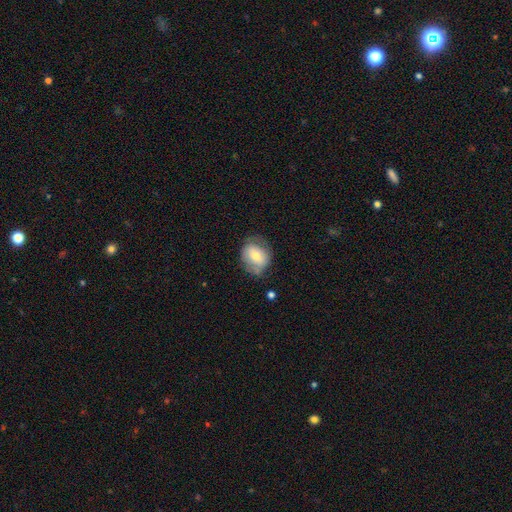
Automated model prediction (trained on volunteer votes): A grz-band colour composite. It shows a smooth galaxy with no disk features (63%) that is round (56%). Merging: none (60%).